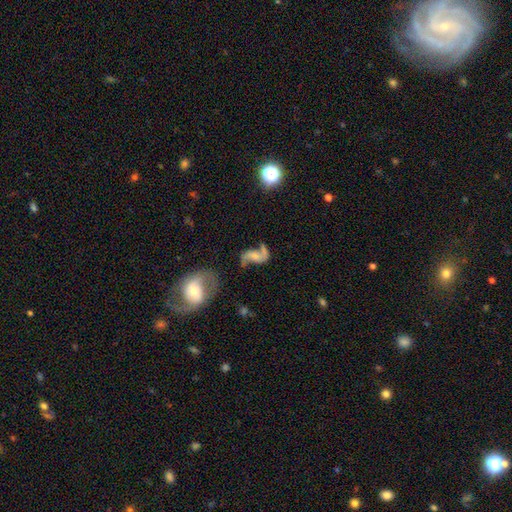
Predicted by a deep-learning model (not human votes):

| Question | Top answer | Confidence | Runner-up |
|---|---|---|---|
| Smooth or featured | featured or disk | 79% | smooth (13%) |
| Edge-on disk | no | 97% | yes (3%) |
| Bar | no | 52% | weak (36%) |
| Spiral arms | yes | 93% | no (7%) |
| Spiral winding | loose | 77% | medium (19%) |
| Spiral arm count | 2 | 91% | 1 (4%) |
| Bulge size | small | 38% | none (29%) |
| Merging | none | 52% | minor disturbance (18%) |